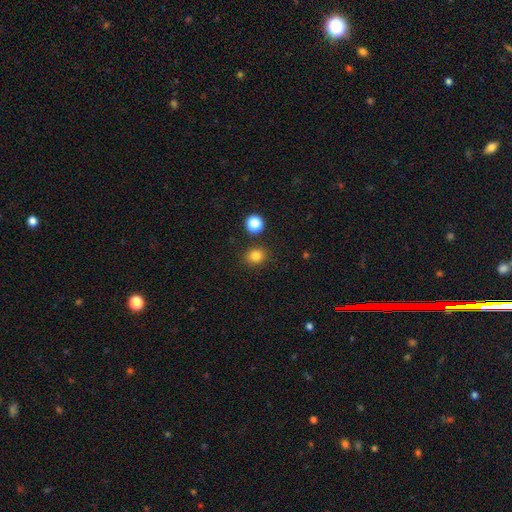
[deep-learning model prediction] Morphology: type=smooth (82%); roundness=round (77%); merging=none (85%).